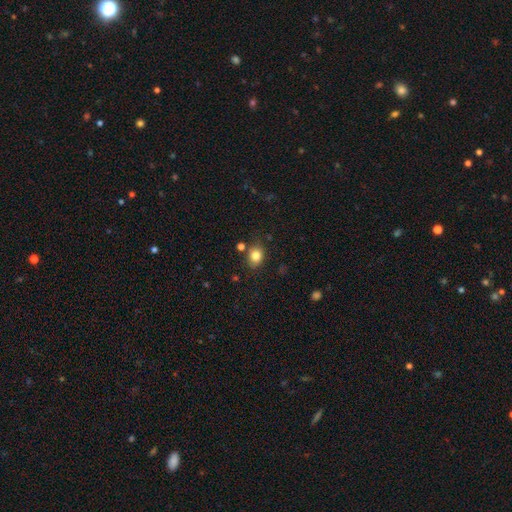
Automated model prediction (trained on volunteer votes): Morphology: type=smooth (81%); roundness=round (50%); merging=none (77%).